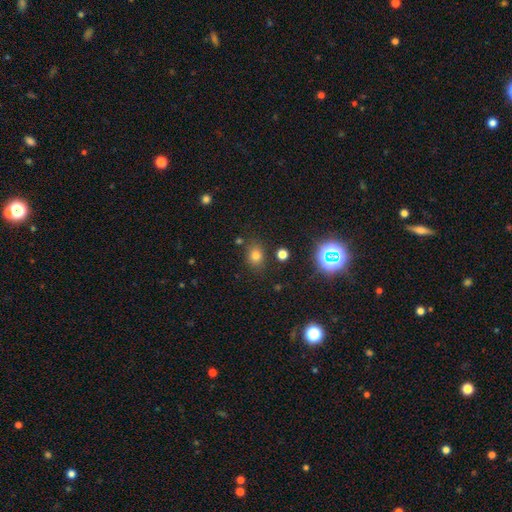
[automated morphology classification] smooth_or_featured: smooth (p=0.72) [alt: star or artifact p=0.20]
how_rounded: round (p=0.53) [alt: in between p=0.45]
merging: none (p=0.79) [alt: minor disturbance p=0.12]